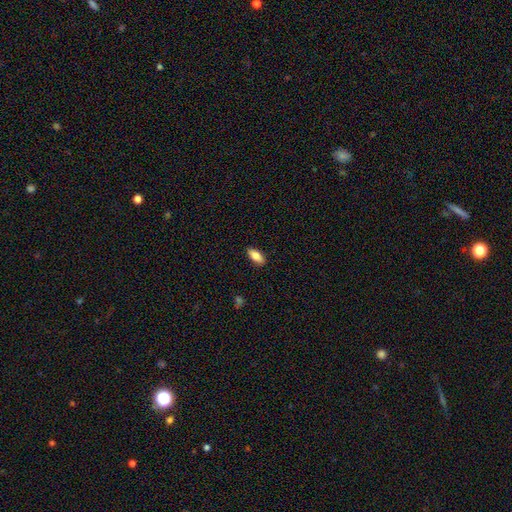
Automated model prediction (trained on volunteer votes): Q: Smooth or featured?
A: smooth (77%); runner-up: featured or disk (17%)
Q: How rounded?
A: in between (80%); runner-up: cigar-shaped (17%)
Q: Merging?
A: none (89%); runner-up: minor disturbance (8%)